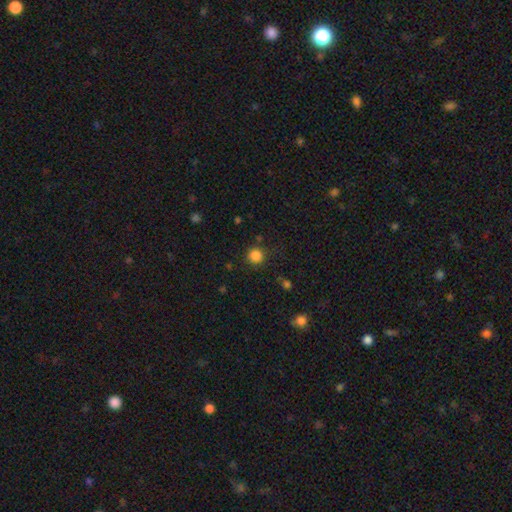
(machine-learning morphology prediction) Smooth or featured: smooth — 84% (star or artifact — 12%)
How rounded: round — 92% (in between — 7%)
Merging: none — 84% (minor disturbance — 10%)